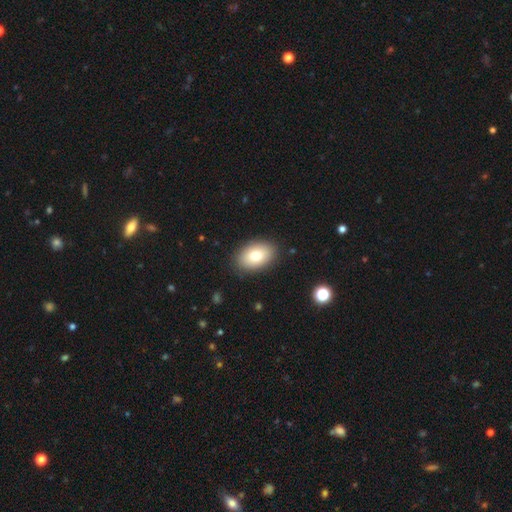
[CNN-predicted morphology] Smooth or featured?
  - smooth: 80% *
  - featured or disk: 12%
  - star or artifact: 7%
How rounded?
  - in between: 89% *
  - round: 10%
  - cigar-shaped: 1%
Merging?
  - none: 87% *
  - minor disturbance: 9%
  - major disturbance: 2%
  - merger: 1%